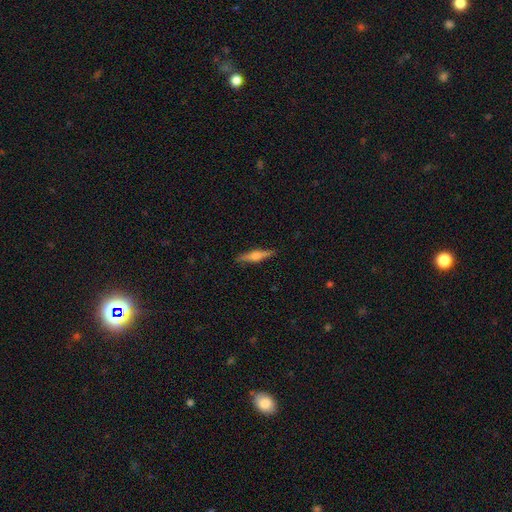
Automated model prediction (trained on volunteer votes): Smooth or featured?
  - featured or disk: 56% *
  - smooth: 38%
  - star or artifact: 6%
Edge-on disk?
  - yes: 97% *
  - no: 3%
Edge-on bulge?
  - rounded: 84% *
  - boxy: 11%
  - none: 5%
Merging?
  - none: 89% *
  - minor disturbance: 8%
  - major disturbance: 2%
  - merger: 1%